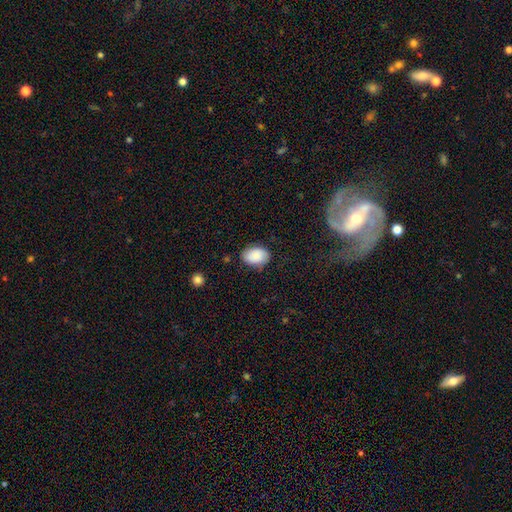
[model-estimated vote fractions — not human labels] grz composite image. It shows a smooth galaxy with no disk features (89%) that is in between round and cigar-shaped (83%). Merging: none (81%).